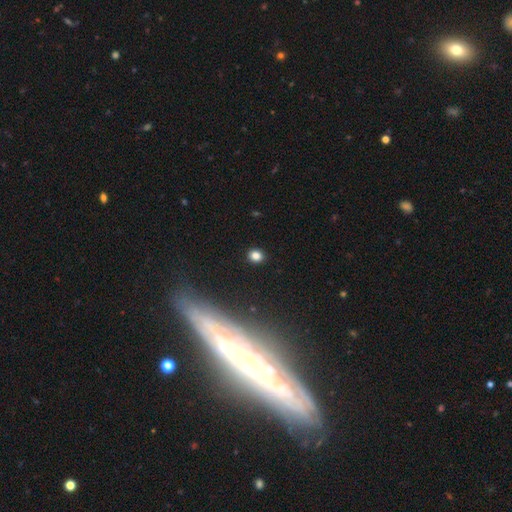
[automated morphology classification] smooth 82%, star or artifact 13%, featured or disk 5%. Down the decision tree: how rounded — round (67%); merging — none (90%).